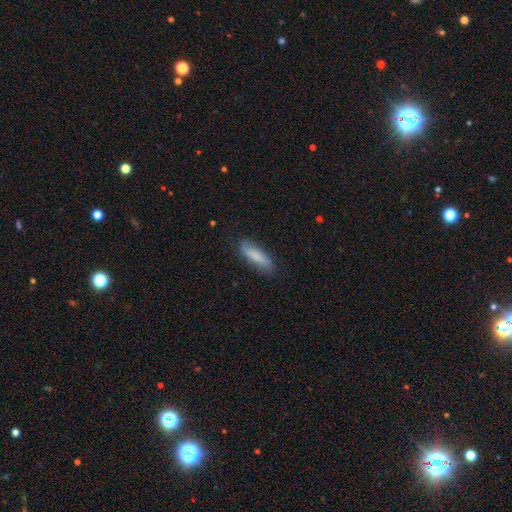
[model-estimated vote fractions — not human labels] This appears to be a smooth galaxy with no disk features (77%) that is cigar-shaped (63%). Merging: none (76%).